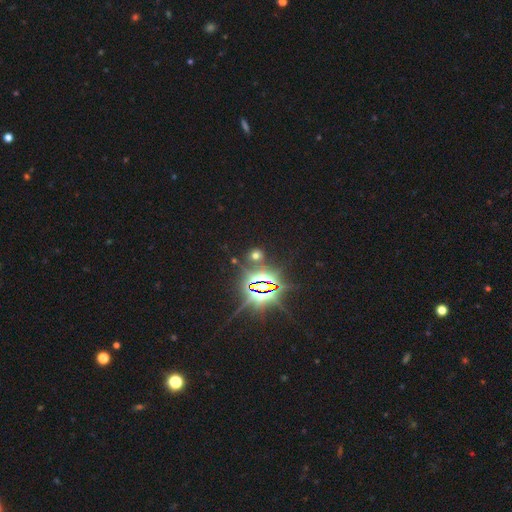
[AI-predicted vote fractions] Smooth or featured: star or artifact — 55% (smooth — 37%)